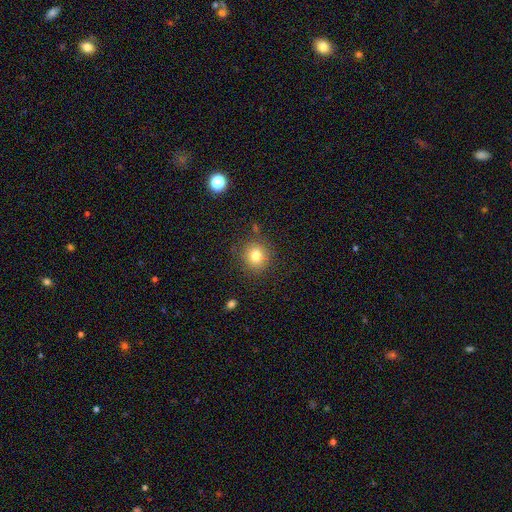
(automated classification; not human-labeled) Morphology: type=smooth (79%); roundness=round (89%); merging=none (86%).